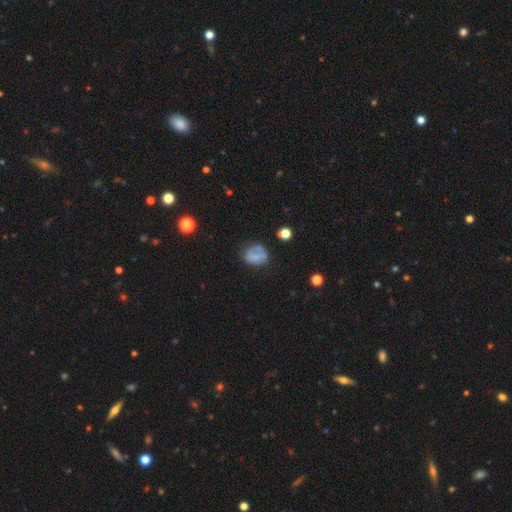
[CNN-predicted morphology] Q: Smooth or featured?
A: smooth (55%); runner-up: featured or disk (33%)
Q: How rounded?
A: round (63%); runner-up: in between (36%)
Q: Merging?
A: none (45%); runner-up: minor disturbance (26%)